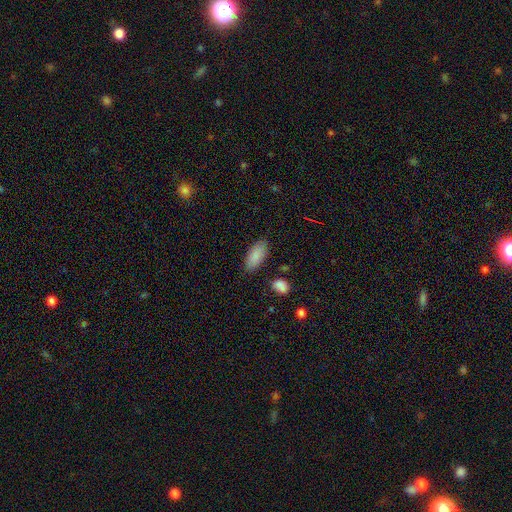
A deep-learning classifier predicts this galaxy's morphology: A smooth galaxy with no disk features (86%) that is in between round and cigar-shaped (89%).

Vote fractions:
- Smooth or featured? smooth: 86% / featured or disk: 7% / star or artifact: 7%
- How rounded? in between: 89% / cigar-shaped: 8% / round: 2%
- Merging? none: 83% / minor disturbance: 12% / major disturbance: 3% / merger: 2%